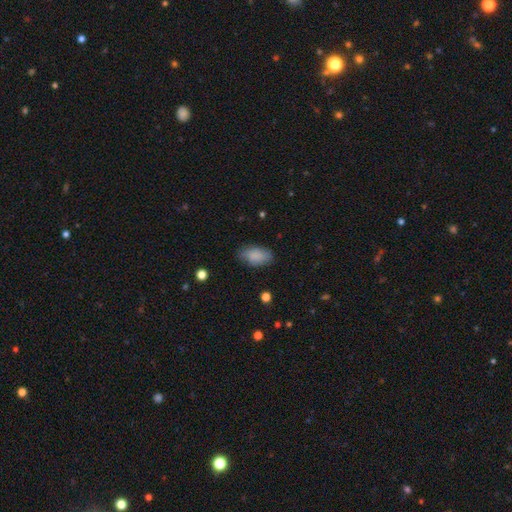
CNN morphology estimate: This appears to be a smooth galaxy with no disk features (85%) that is in between round and cigar-shaped (92%). Merging: none (73%).